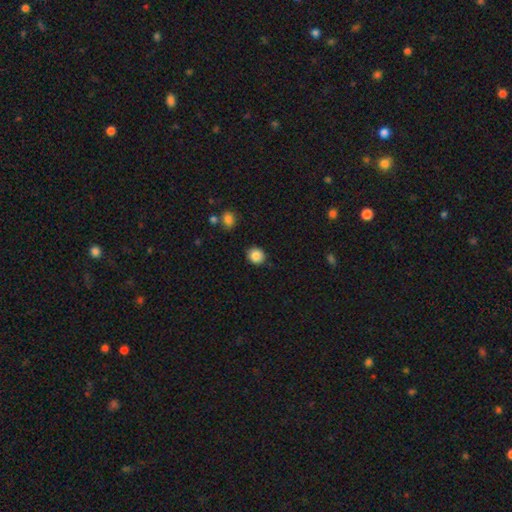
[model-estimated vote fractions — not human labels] Smooth or featured?
  - smooth: 85% *
  - star or artifact: 9%
  - featured or disk: 5%
How rounded?
  - round: 82% *
  - in between: 17%
  - cigar-shaped: 1%
Merging?
  - none: 89% *
  - minor disturbance: 8%
  - major disturbance: 2%
  - merger: 2%